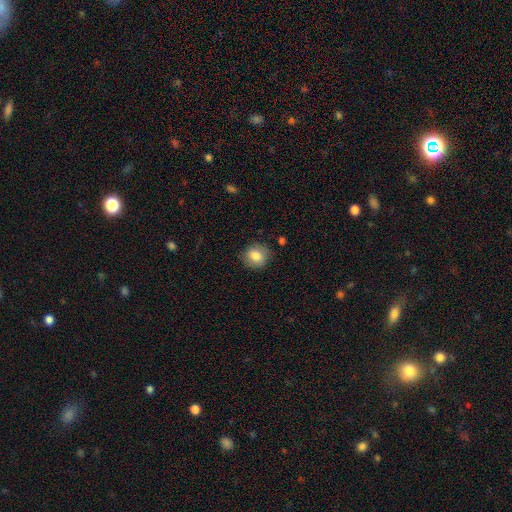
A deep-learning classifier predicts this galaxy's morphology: Smooth or featured: smooth — 82% (featured or disk — 10%)
How rounded: round — 74% (in between — 25%)
Merging: none — 83% (minor disturbance — 12%)